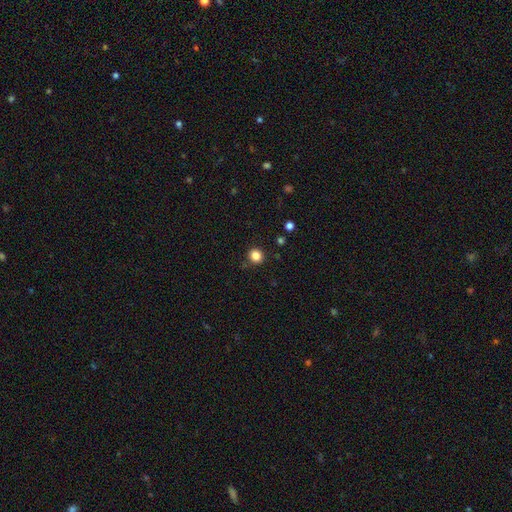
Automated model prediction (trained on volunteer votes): Q: Smooth or featured?
A: smooth (85%); runner-up: star or artifact (12%)
Q: How rounded?
A: round (90%); runner-up: in between (9%)
Q: Merging?
A: none (88%); runner-up: minor disturbance (7%)